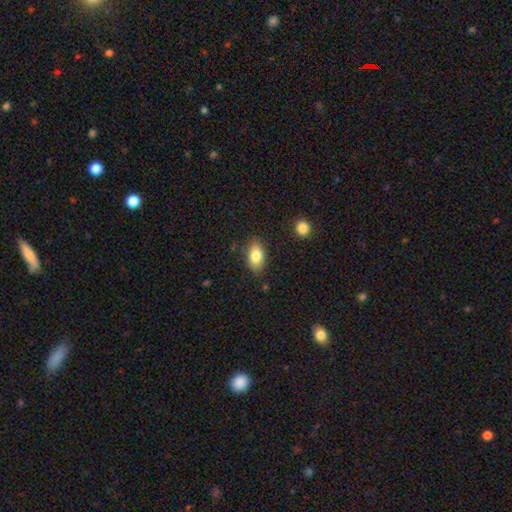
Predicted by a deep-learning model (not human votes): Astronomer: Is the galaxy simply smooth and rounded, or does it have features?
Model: smooth — 82%.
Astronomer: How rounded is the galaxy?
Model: in between — 89%.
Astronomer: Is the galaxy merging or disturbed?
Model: none — 83%.